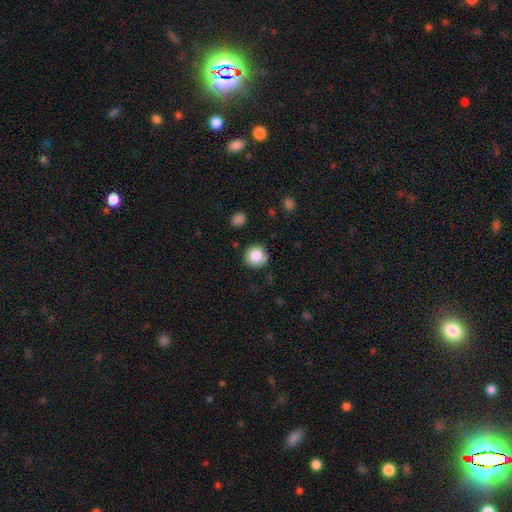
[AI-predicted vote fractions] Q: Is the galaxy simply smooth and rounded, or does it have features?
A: smooth — 86%.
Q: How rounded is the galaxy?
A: round — 93%.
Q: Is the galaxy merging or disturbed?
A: none — 85%.